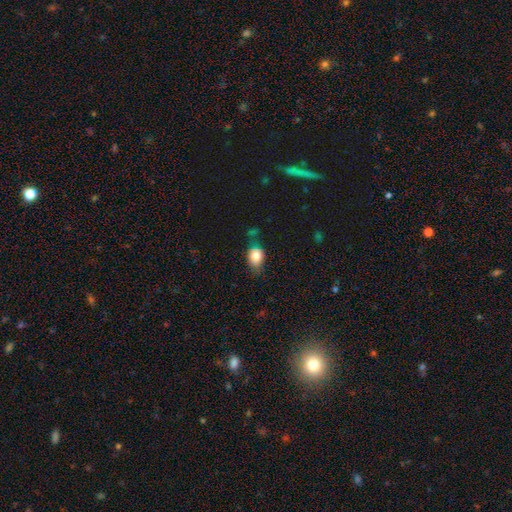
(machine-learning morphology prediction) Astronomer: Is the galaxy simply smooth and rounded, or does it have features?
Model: smooth — 80%.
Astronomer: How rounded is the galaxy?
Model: in between — 62%.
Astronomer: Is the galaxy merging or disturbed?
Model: none — 54% (runner-up: minor disturbance, 32%).